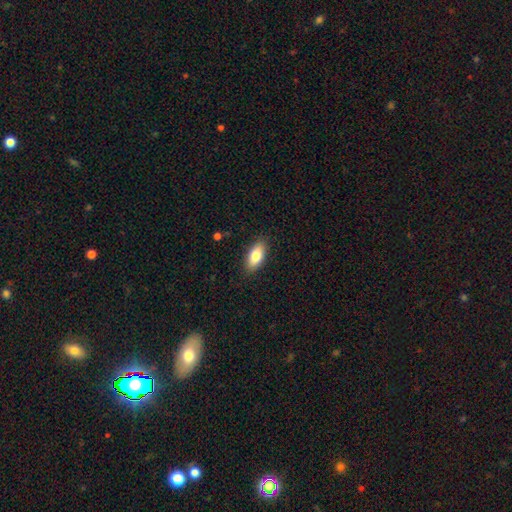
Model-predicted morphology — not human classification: smooth 81%, featured or disk 12%, star or artifact 7%. Down the decision tree: how rounded — in between (87%); merging — none (88%).